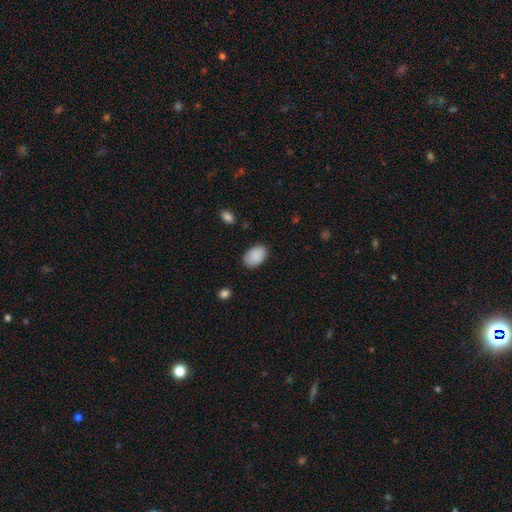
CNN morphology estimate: type=smooth (90%); roundness=in between (88%); merging=none (81%).